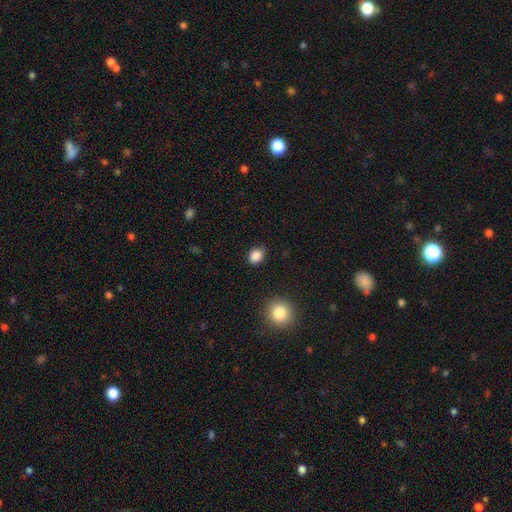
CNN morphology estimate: smooth-or-featured: smooth: 87% | star or artifact: 10% | featured or disk: 3%
  how-rounded: round: 50% | in between: 49% | cigar-shaped: 1%
  merging: none: 82% | minor disturbance: 13% | major disturbance: 3% | merger: 2%